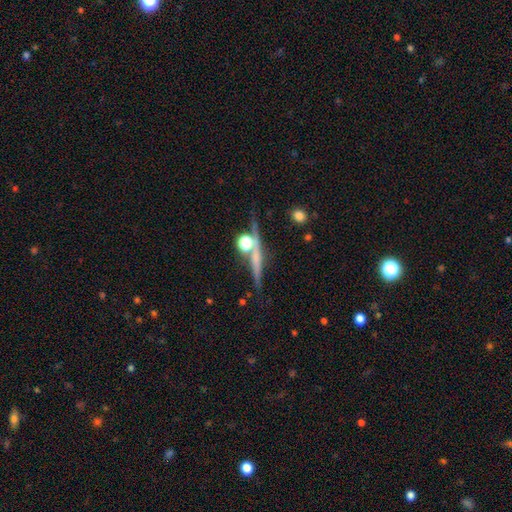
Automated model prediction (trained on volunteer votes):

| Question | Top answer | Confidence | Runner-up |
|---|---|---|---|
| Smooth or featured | featured or disk | 56% | smooth (30%) |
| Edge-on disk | yes | 92% | no (8%) |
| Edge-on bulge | none | 58% | rounded (32%) |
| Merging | none | 75% | minor disturbance (12%) |